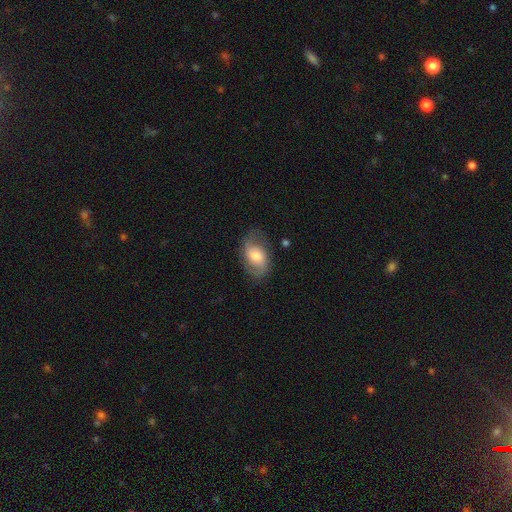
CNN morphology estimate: smooth-or-featured: featured or disk: 50% | smooth: 43% | star or artifact: 7%
  merging: none: 70% | minor disturbance: 20% | major disturbance: 9% | merger: 1%